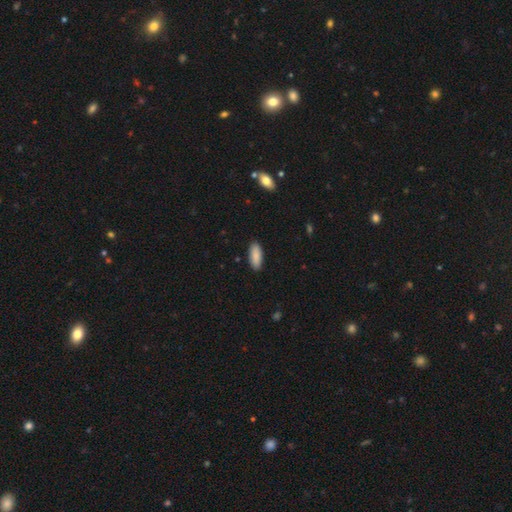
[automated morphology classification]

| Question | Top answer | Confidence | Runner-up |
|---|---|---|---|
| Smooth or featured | smooth | 89% | star or artifact (6%) |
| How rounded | in between | 78% | cigar-shaped (20%) |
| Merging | none | 90% | minor disturbance (8%) |